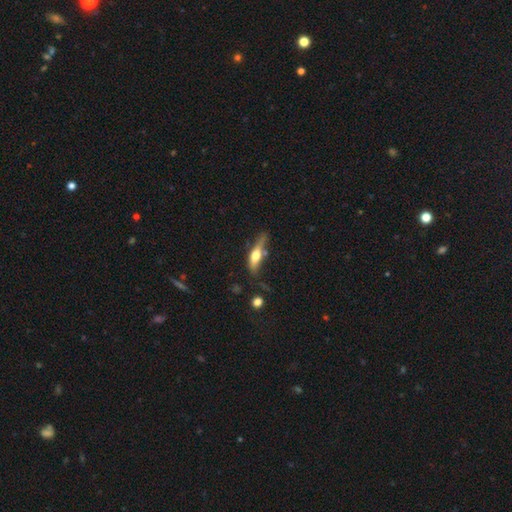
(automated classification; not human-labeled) Overall: smooth (51%; featured or disk 42%). How rounded: cigar-shaped (59%; in between 37%). Merging: none (48%; minor disturbance 27%).